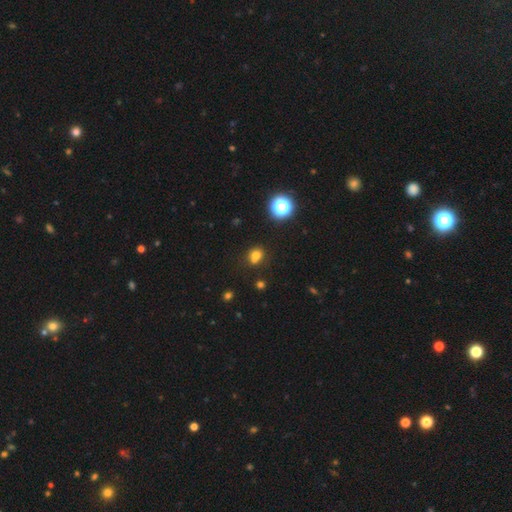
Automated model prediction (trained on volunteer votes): Morphology: type=smooth (72%); roundness=round (68%); merging=none (58%).